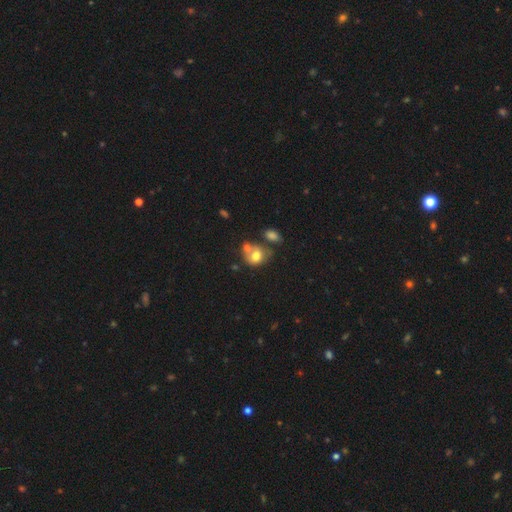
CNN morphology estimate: Smooth or featured? Predicted: smooth (p=0.69). How rounded? Predicted: round (p=0.52). Merging? Predicted: merger (p=0.42).